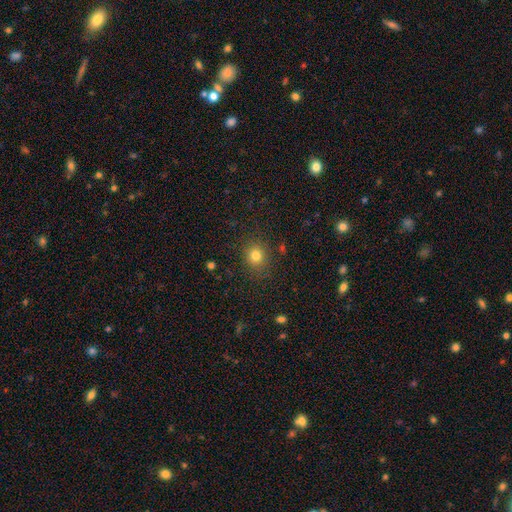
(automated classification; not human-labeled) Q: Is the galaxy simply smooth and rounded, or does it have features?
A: smooth — 80%.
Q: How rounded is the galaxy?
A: round — 78%.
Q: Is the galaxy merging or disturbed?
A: none — 86%.